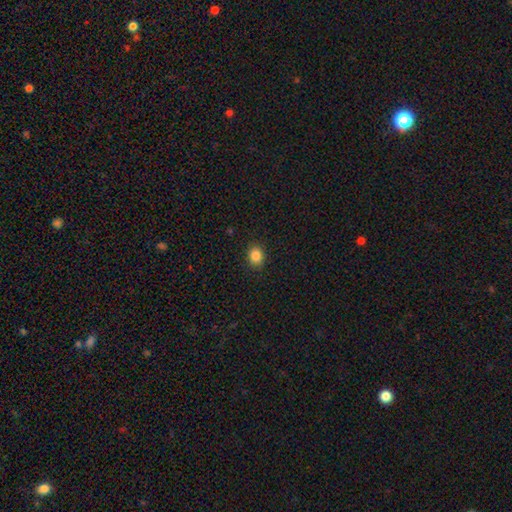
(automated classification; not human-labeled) A smooth galaxy with no disk features (86%) that is round (55%). Merging: none (89%).